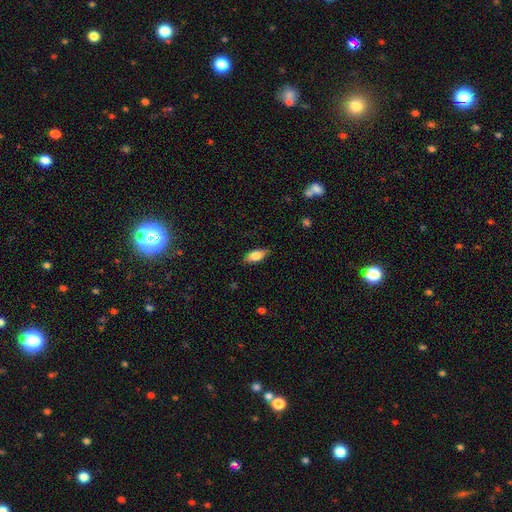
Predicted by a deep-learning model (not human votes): This is likely a smooth galaxy (79%). How rounded: clearly in between (84%). Merging: clearly none (82%).